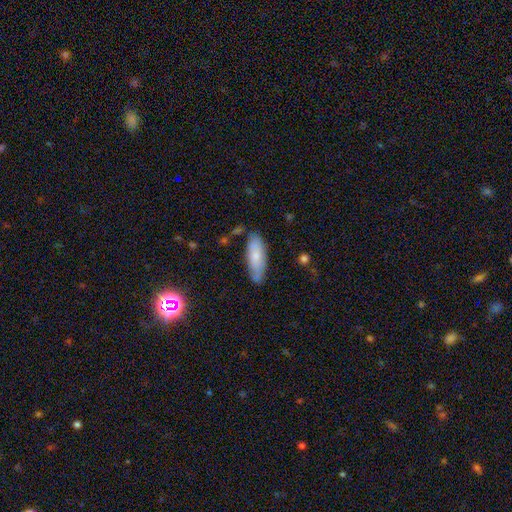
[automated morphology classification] A smooth galaxy with no disk features (70%) that is in between round and cigar-shaped (62%). Merging: none (69%).